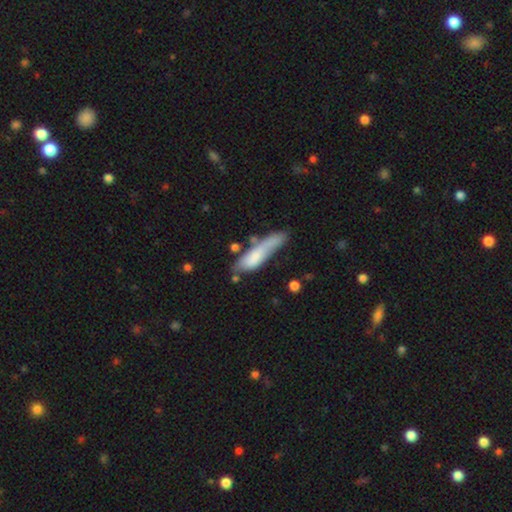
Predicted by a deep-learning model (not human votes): Q: Smooth or featured?
A: smooth (67%); runner-up: featured or disk (26%)
Q: How rounded?
A: cigar-shaped (66%); runner-up: in between (32%)
Q: Merging?
A: none (38%); runner-up: minor disturbance (29%)